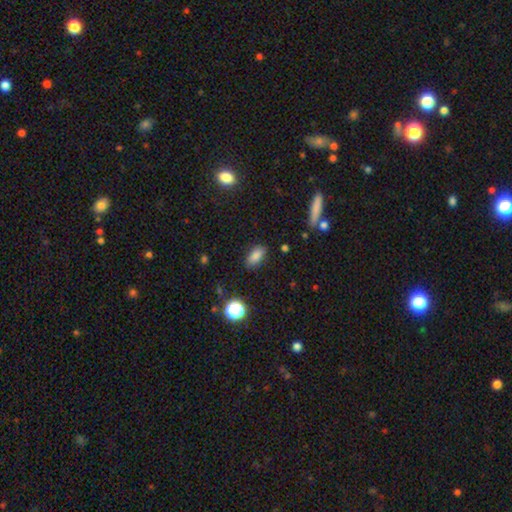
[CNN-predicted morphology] Smooth or featured? Predicted: smooth (p=0.82). How rounded? Predicted: in between (p=0.87). Merging? Predicted: none (p=0.85).